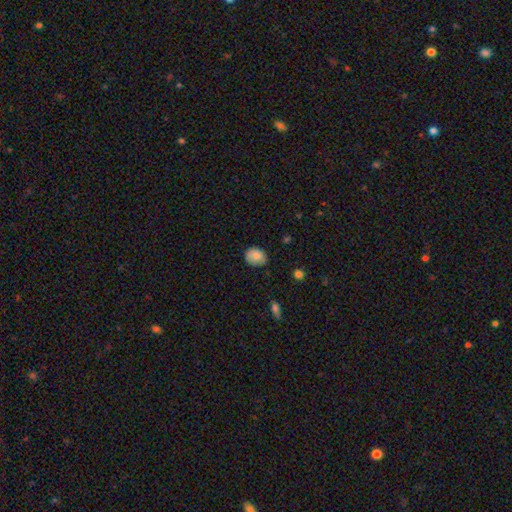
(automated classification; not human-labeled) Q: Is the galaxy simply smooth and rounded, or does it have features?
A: smooth — 85%.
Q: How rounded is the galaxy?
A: round — 53%.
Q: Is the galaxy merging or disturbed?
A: none — 71%.